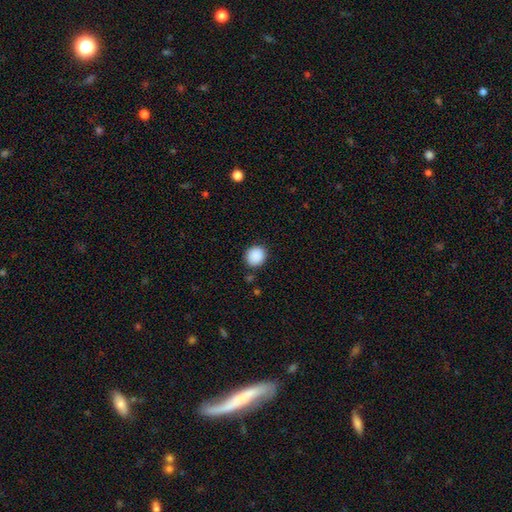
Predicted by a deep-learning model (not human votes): smooth-or-featured: smooth: 89% | star or artifact: 8% | featured or disk: 3%
  how-rounded: round: 78% | in between: 21% | cigar-shaped: 1%
  merging: none: 86% | minor disturbance: 9% | major disturbance: 3% | merger: 2%